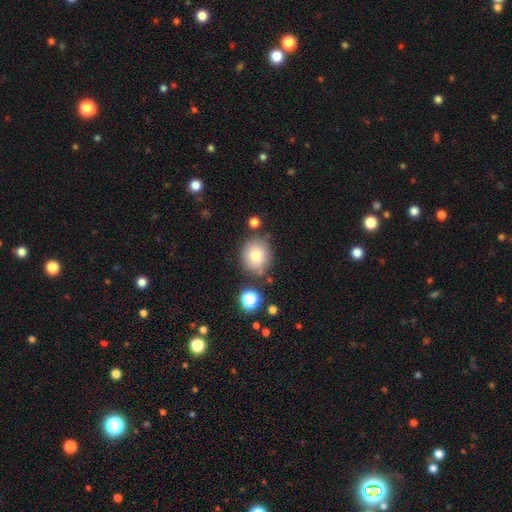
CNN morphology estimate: A smooth galaxy with no disk features (78%) that is round (75%).

Vote fractions:
- Smooth or featured? smooth: 78% / featured or disk: 11% / star or artifact: 11%
- How rounded? round: 75% / in between: 24% / cigar-shaped: 1%
- Merging? none: 76% / minor disturbance: 14% / merger: 7% / major disturbance: 4%